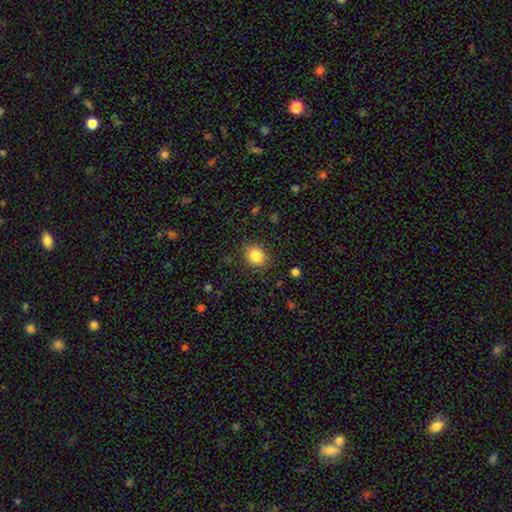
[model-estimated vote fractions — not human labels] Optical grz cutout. It shows a smooth galaxy with no disk features (84%) that is round (70%). Merging: none (86%).